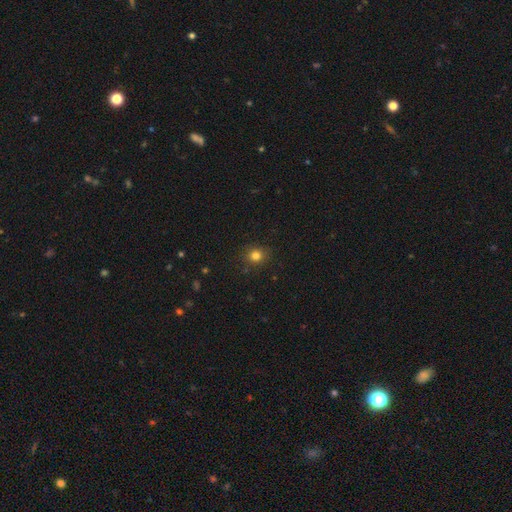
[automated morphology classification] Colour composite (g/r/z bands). It shows a smooth galaxy with no disk features (81%) that is round (80%). Merging: none (88%).